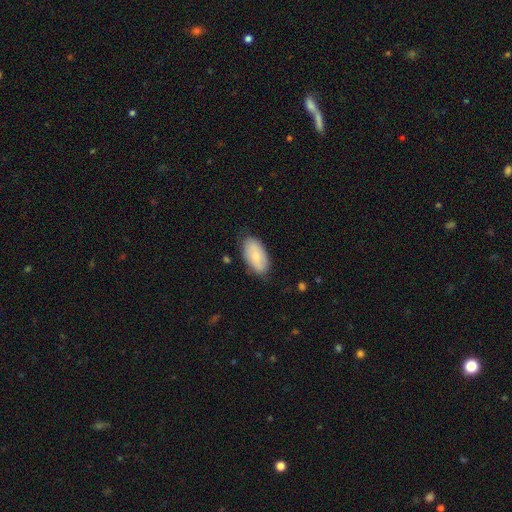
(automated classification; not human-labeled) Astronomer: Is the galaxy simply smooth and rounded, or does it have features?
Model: smooth — 70%.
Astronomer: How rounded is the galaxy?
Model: in between — 94%.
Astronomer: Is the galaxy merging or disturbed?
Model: none — 79%.